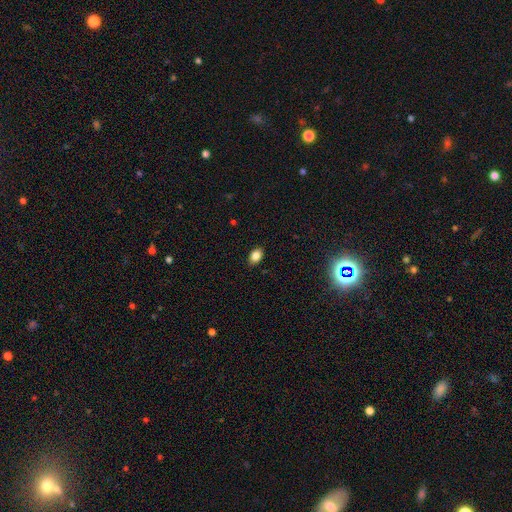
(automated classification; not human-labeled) This appears to be a smooth galaxy with no disk features (85%) that is in between round and cigar-shaped (80%). Merging: none (88%).